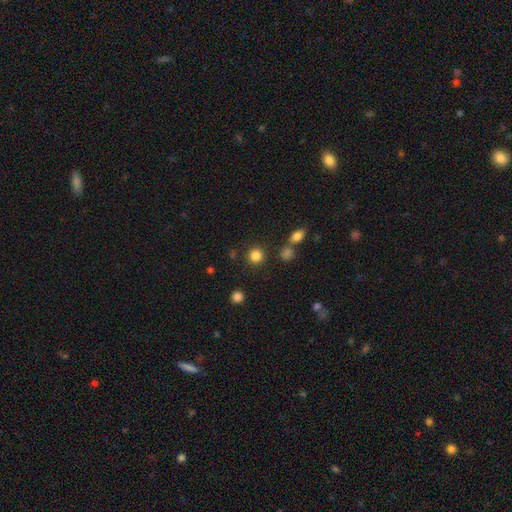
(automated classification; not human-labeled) Smooth or featured?
  - smooth: 84% *
  - star or artifact: 12%
  - featured or disk: 4%
How rounded?
  - round: 92% *
  - in between: 7%
  - cigar-shaped: 1%
Merging?
  - none: 85% *
  - minor disturbance: 7%
  - merger: 5%
  - major disturbance: 3%